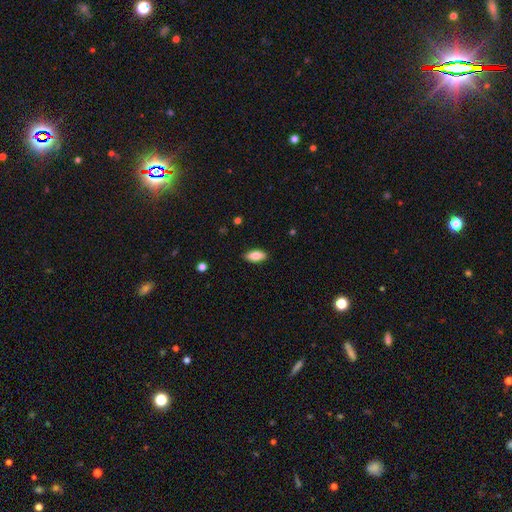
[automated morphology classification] This appears to be a smooth galaxy with no disk features (83%) that is in between round and cigar-shaped (88%). Merging: none (88%).